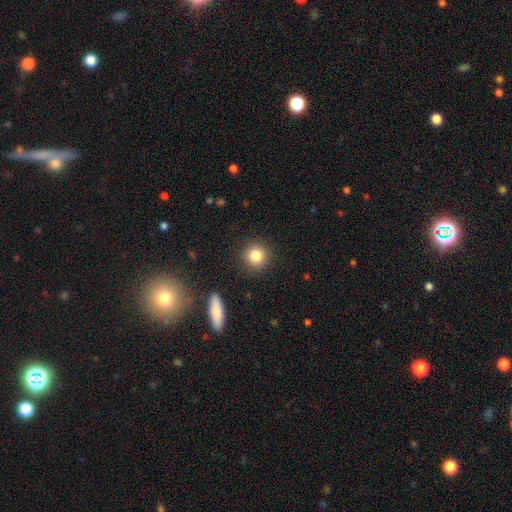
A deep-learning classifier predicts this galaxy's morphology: Smooth or featured? Predicted: smooth (p=0.84). How rounded? Predicted: round (p=0.92). Merging? Predicted: none (p=0.91).